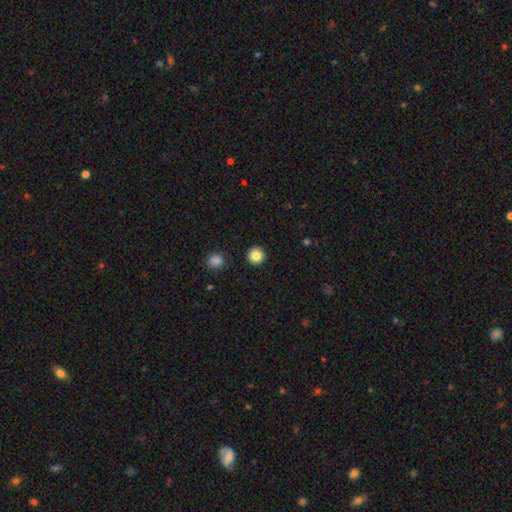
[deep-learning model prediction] Q: Smooth or featured?
A: smooth (85%); runner-up: star or artifact (10%)
Q: How rounded?
A: round (95%); runner-up: in between (4%)
Q: Merging?
A: none (93%); runner-up: minor disturbance (4%)